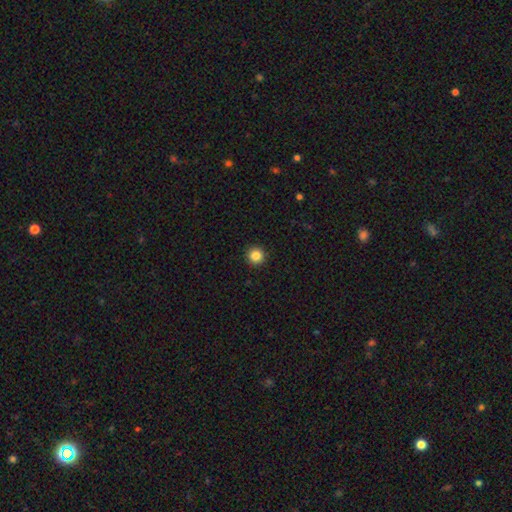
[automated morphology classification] The model was most divided on "smooth or featured": smooth: 85%, star or artifact: 11%, featured or disk: 4%. More confident: how rounded — round (96%); merging — none (93%).